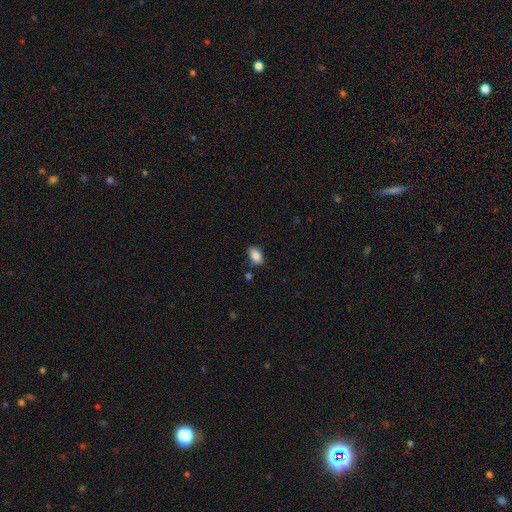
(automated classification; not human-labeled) This appears to be a smooth galaxy with no disk features (88%) that is in between round and cigar-shaped (90%). Merging: none (81%).